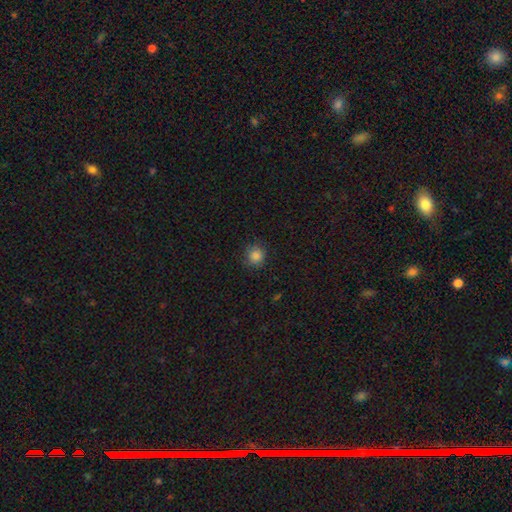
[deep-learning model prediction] Q: Smooth or featured?
A: smooth (84%); runner-up: star or artifact (12%)
Q: How rounded?
A: round (90%); runner-up: in between (9%)
Q: Merging?
A: none (86%); runner-up: minor disturbance (11%)